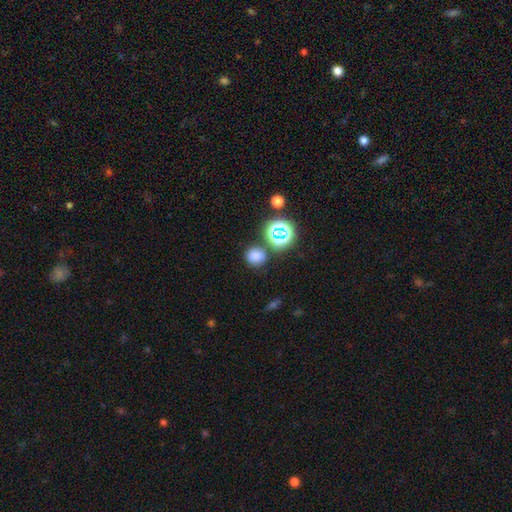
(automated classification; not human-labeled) This is likely a smooth galaxy (72%). How rounded: clearly round (82%). Merging: likely none (78%).